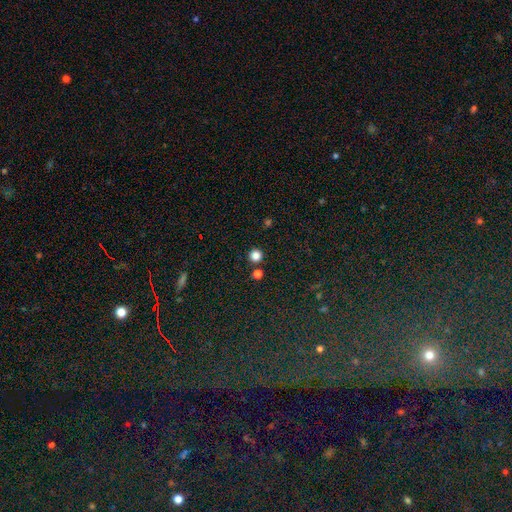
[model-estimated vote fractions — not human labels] This appears to be a smooth galaxy with no disk features (83%) that is round (95%). Merging: none (87%).